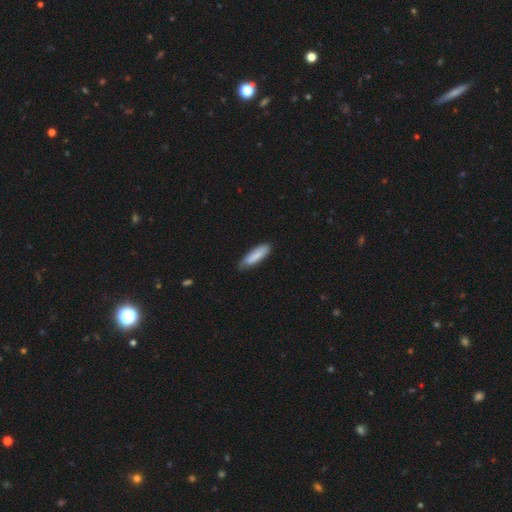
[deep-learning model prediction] Smooth or featured? Predicted: smooth (p=0.85). How rounded? Predicted: cigar-shaped (p=0.64). Merging? Predicted: none (p=0.71).